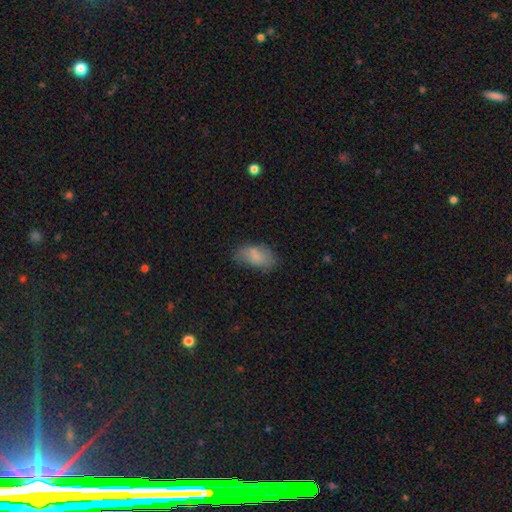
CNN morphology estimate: Q: Smooth or featured?
A: smooth (76%); runner-up: featured or disk (15%)
Q: How rounded?
A: in between (92%); runner-up: round (5%)
Q: Merging?
A: none (53%); runner-up: minor disturbance (28%)